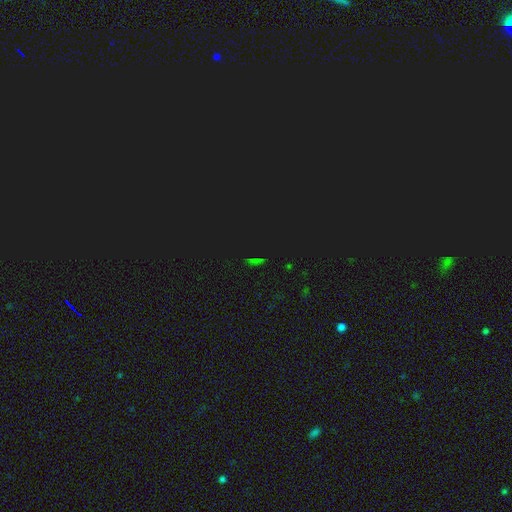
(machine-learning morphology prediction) Smooth or featured? star or artifact (67%)